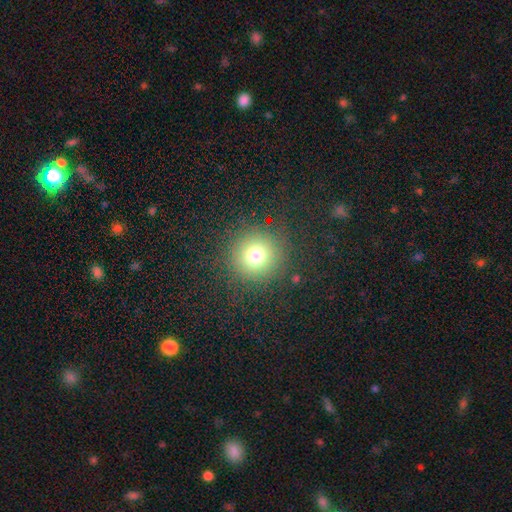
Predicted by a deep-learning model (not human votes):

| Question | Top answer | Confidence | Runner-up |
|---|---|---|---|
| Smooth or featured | smooth | 73% | star or artifact (18%) |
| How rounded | round | 93% | in between (6%) |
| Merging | none | 86% | minor disturbance (8%) |